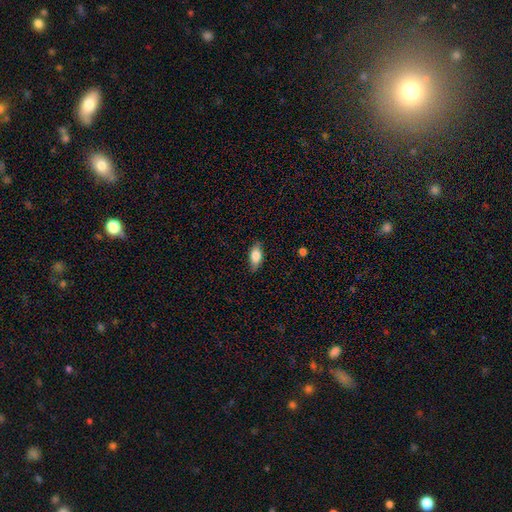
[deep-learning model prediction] A smooth galaxy with no disk features (78%) that is in between round and cigar-shaped (86%).

Vote fractions:
- Smooth or featured? smooth: 78% / featured or disk: 15% / star or artifact: 7%
- How rounded? in between: 86% / cigar-shaped: 10% / round: 4%
- Merging? none: 82% / minor disturbance: 14% / major disturbance: 3% / merger: 1%